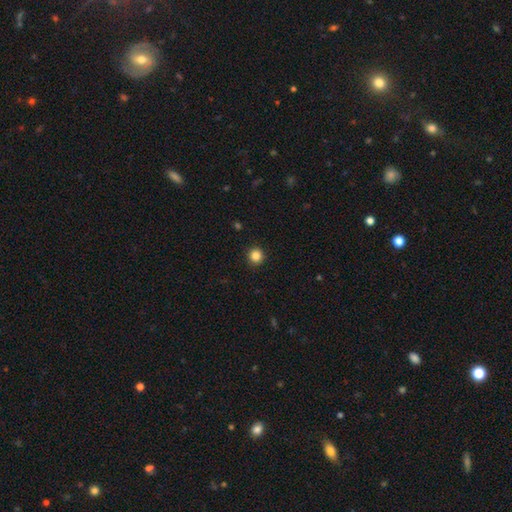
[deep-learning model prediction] This appears to be a smooth galaxy with no disk features (85%) that is round (94%). Merging: none (93%).